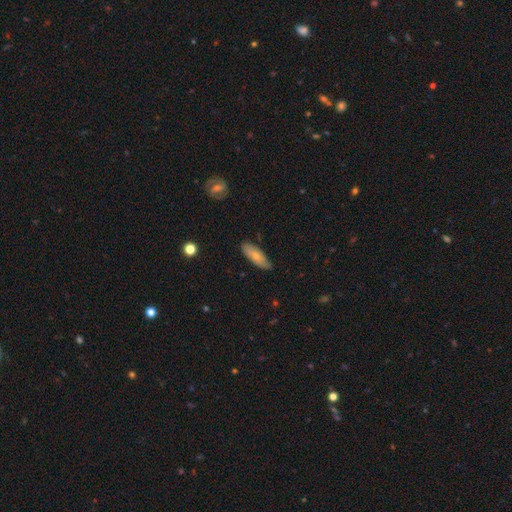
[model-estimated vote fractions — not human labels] Overall: smooth (71%). How rounded: in between (64%; cigar-shaped 34%). Merging: none (78%).